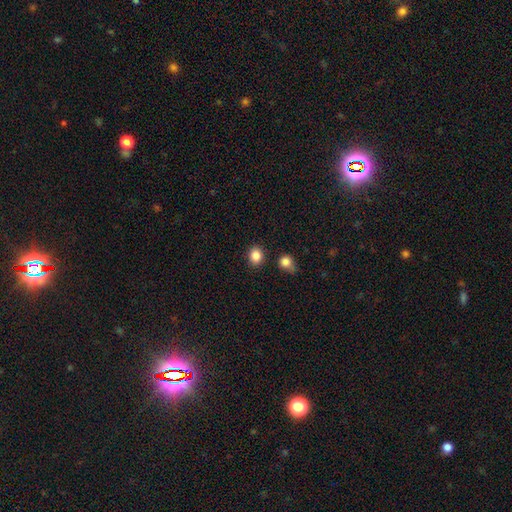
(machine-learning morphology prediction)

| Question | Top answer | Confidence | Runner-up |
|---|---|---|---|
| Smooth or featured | smooth | 87% | star or artifact (9%) |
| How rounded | round | 61% | in between (38%) |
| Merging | none | 83% | minor disturbance (9%) |